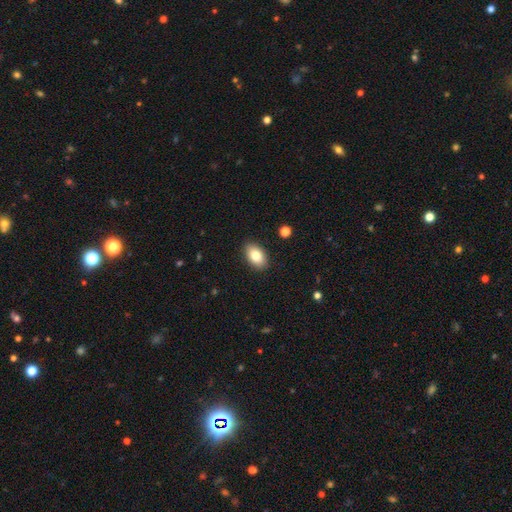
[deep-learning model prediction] A smooth galaxy with no disk features (81%) that is in between round and cigar-shaped (90%). Merging: none (89%).